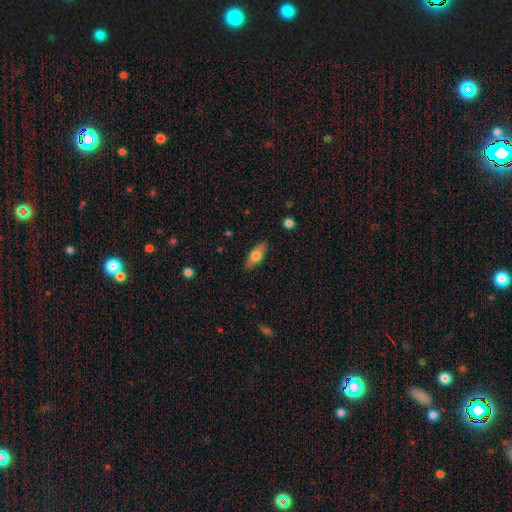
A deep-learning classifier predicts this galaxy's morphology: A smooth galaxy with no disk features (67%) that is in between round and cigar-shaped (81%). Merging: none (85%).